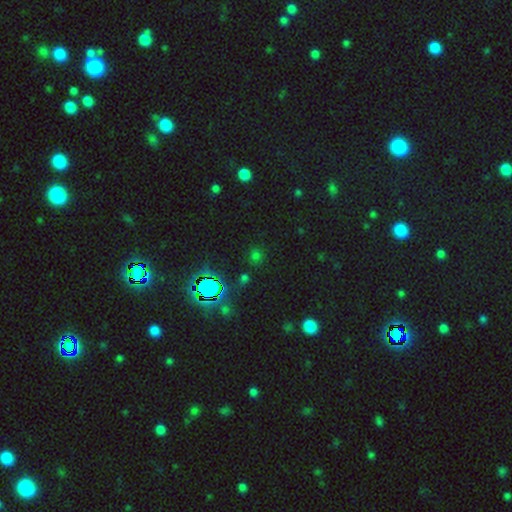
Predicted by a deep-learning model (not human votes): This is possibly a star or artifact rather than a galaxy (47%, tied with smooth).